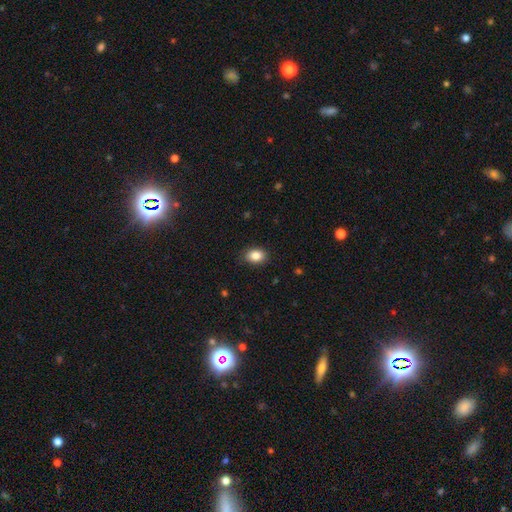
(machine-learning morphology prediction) This appears to be a smooth galaxy with no disk features (86%) that is in between round and cigar-shaped (72%). Merging: none (86%).